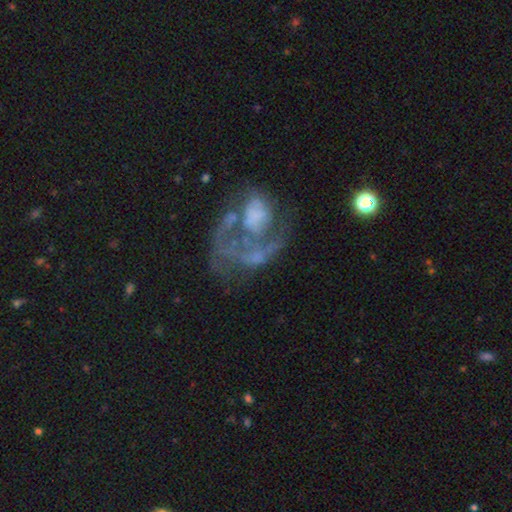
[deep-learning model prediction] This is likely a featured or disk galaxy (73%). It is clearly not viewed edge-on (98%). Bar: clearly no (84%). Spiral arm pattern: possibly no (52%). Central bulge: possibly none (56%). Merging: possibly major disturbance (47%).